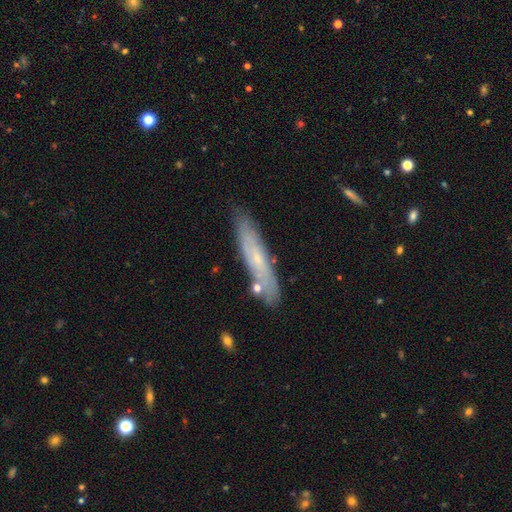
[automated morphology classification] The model was most divided on "smooth or featured": featured or disk: 50%, smooth: 40%, star or artifact: 10%. More confident: merging — none (81%); edge-on disk — yes (61%).